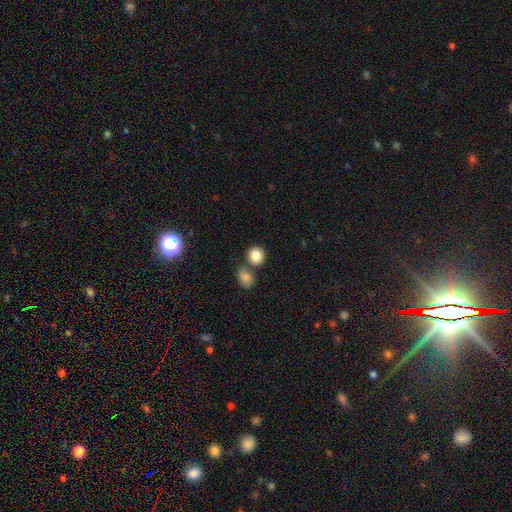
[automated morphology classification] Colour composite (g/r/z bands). It shows a smooth galaxy with no disk features (84%) that is round (82%). Merging: none (66%).